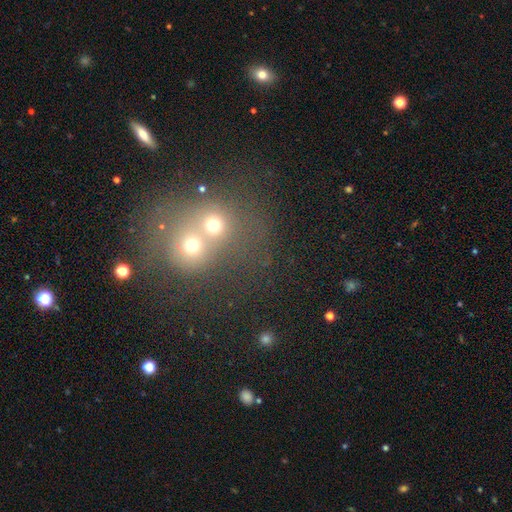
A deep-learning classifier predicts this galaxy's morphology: Smooth or featured?
  - smooth: 48% *
  - star or artifact: 33%
  - featured or disk: 20%
Merging?
  - merger: 63% *
  - none: 27%
  - minor disturbance: 6%
  - major disturbance: 4%